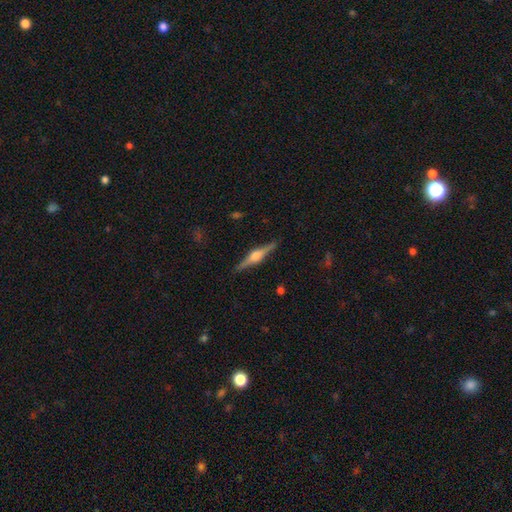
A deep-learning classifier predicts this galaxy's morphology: Smooth or featured: featured or disk — 77% (smooth — 18%)
Edge-on disk: yes — 98% (no — 2%)
Edge-on bulge: rounded — 89% (boxy — 8%)
Merging: none — 90% (minor disturbance — 7%)